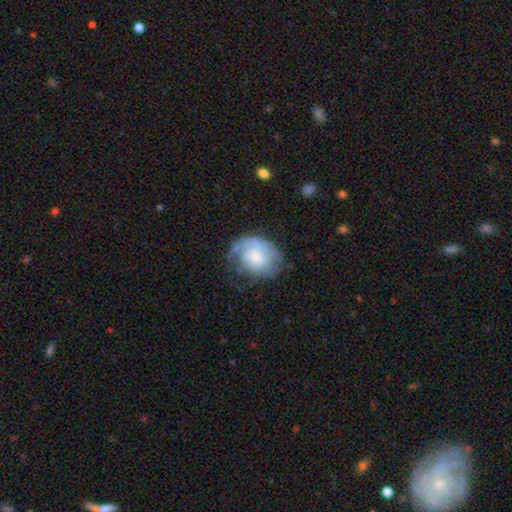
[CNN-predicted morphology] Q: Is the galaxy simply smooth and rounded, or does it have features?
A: featured or disk — 54%.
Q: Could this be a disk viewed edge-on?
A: no — 97%.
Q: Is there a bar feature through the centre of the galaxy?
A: no — 76%.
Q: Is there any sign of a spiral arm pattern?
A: yes — 75%.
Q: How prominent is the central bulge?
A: moderate — 38%.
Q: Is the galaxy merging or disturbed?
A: none — 50%.